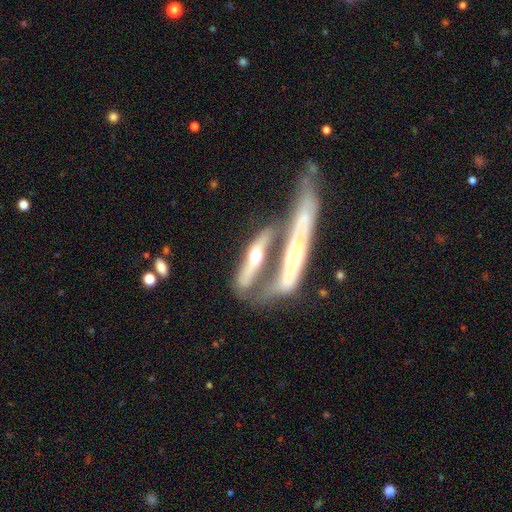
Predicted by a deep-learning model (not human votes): Overall: featured or disk (66%; smooth 27%). Edge-on disk: yes (77%). Edge-on bulge: rounded (88%). Merging: none (39%; merger 36%).